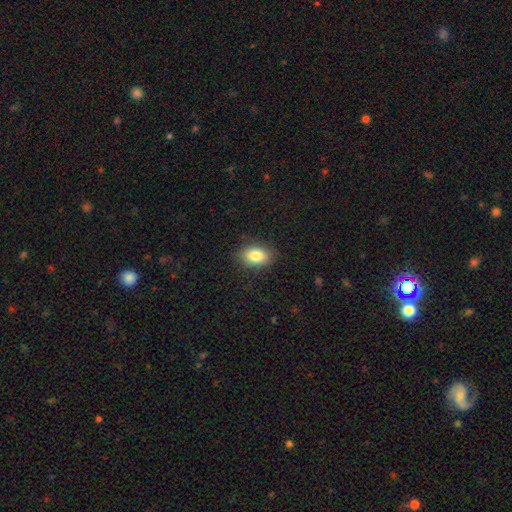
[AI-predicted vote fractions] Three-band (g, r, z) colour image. It shows a smooth galaxy with no disk features (82%) that is in between round and cigar-shaped (82%). Merging: none (83%).